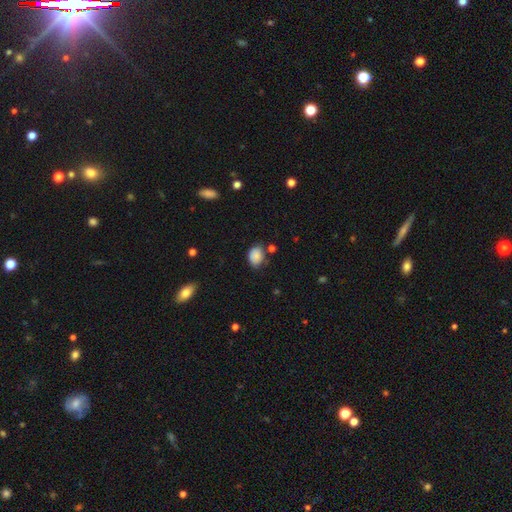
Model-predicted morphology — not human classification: Smooth or featured? Predicted: smooth (p=0.84). How rounded? Predicted: in between (p=0.71). Merging? Predicted: none (p=0.65).